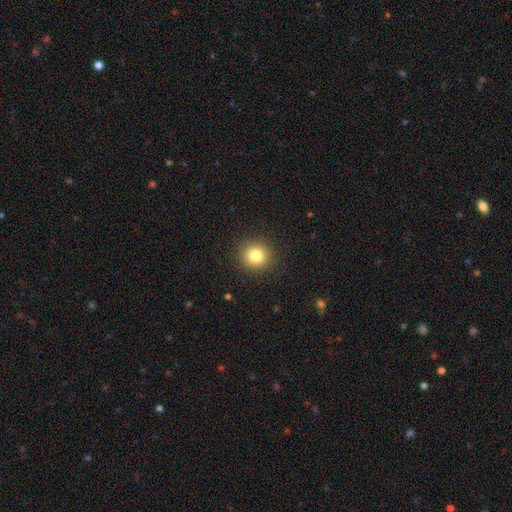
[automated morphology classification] This is clearly a smooth galaxy (82%). How rounded: clearly round (89%). Merging: clearly none (91%).